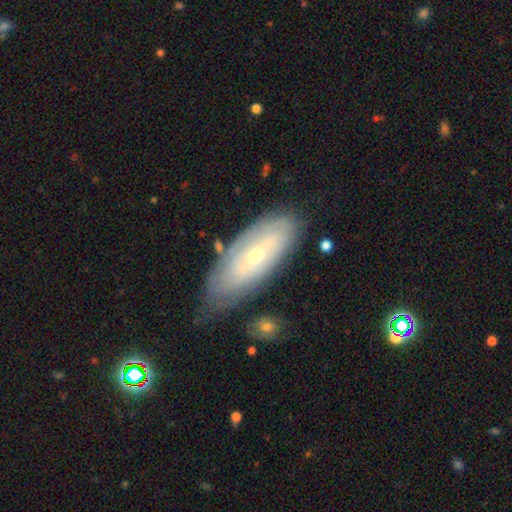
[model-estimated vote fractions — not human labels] featured or disk 63%, smooth 30%, star or artifact 7%. Down the decision tree: edge-on disk — no (84%); bar — no (61%); spiral arms — yes (69%); bulge size — small (62%); merging — none (66%).